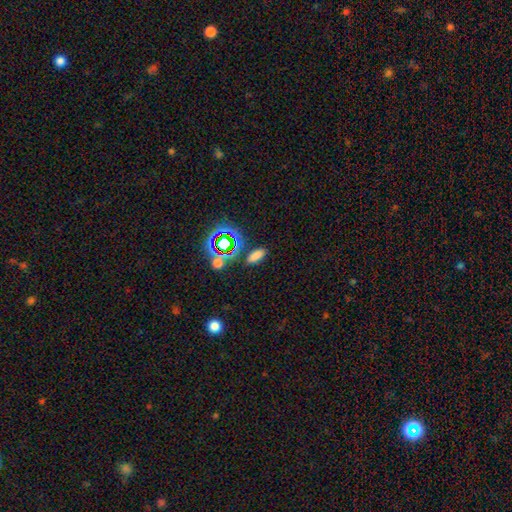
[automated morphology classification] This is likely a smooth galaxy (72%). How rounded: likely in between (74%). Merging: clearly none (82%).